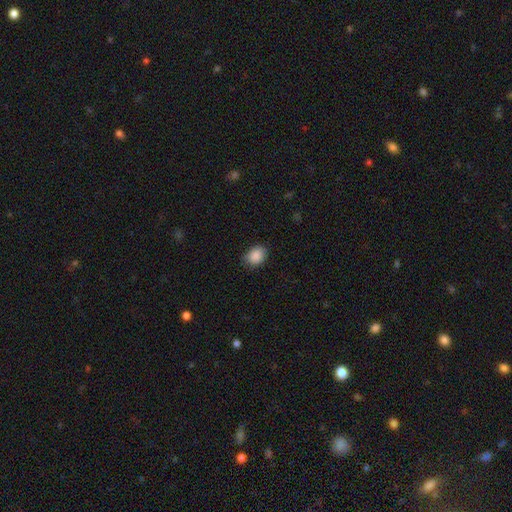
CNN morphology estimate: smooth_or_featured: smooth (p=0.89) [alt: star or artifact p=0.08]
how_rounded: in between (p=0.59) [alt: round p=0.40]
merging: none (p=0.82) [alt: minor disturbance p=0.14]